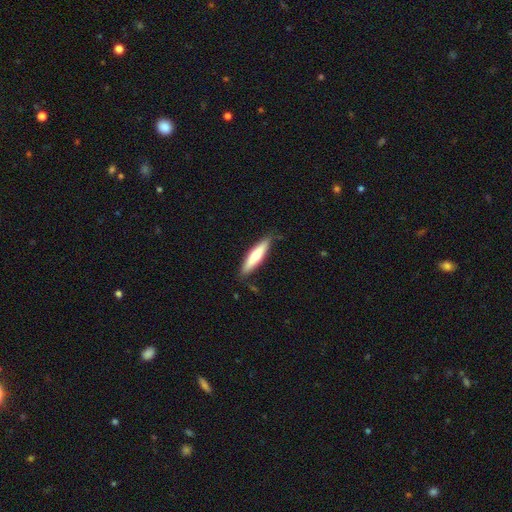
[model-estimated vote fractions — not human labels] This is likely a smooth galaxy (64%). How rounded: likely cigar-shaped (79%). Merging: clearly none (84%).